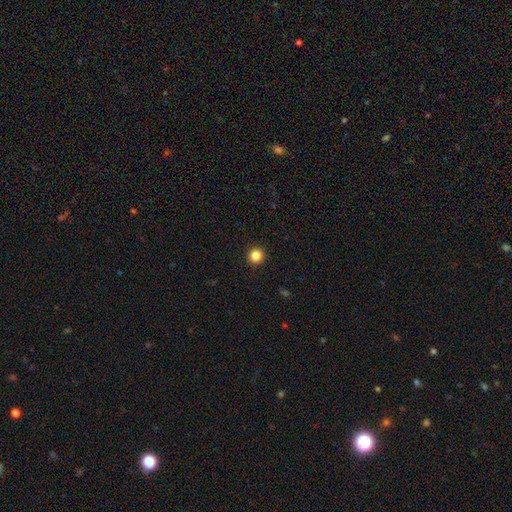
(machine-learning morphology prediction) Smooth or featured?
  - smooth: 84% *
  - star or artifact: 12%
  - featured or disk: 4%
How rounded?
  - round: 95% *
  - in between: 4%
  - cigar-shaped: 1%
Merging?
  - none: 93% *
  - minor disturbance: 4%
  - major disturbance: 1%
  - merger: 1%